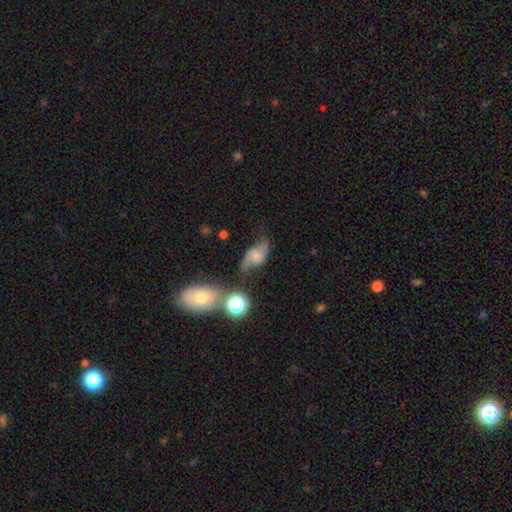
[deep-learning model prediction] Overall: featured or disk (62%; smooth 27%). Edge-on disk: no (95%). Bar: no (62%; weak 32%). Spiral arms: yes (89%). Spiral arm count: 2 (89%). Spiral winding: loose (78%). Bulge size: small (39%; moderate 35%). Merging: none (48%; minor disturbance 27%).